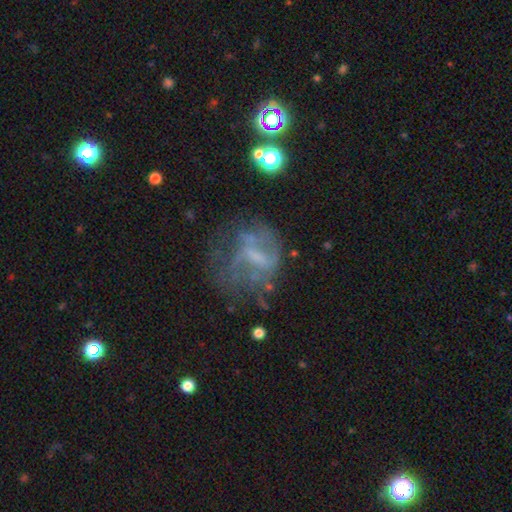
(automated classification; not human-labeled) A featured or disk galaxy (61%) with no bar (43%), no spiral arms (58%) and no central bulge (46%).

Vote fractions:
- Smooth or featured? featured or disk: 61% / smooth: 21% / star or artifact: 18%
- Edge-on disk? no: 96% / yes: 4%
- Bar? no: 43% / weak: 41% / strong: 17%
- Spiral arms? no: 58% / yes: 42%
- Bulge size? none: 46% / small: 31% / moderate: 19% / large: 3% / dominant: 1%
- Merging? none: 42% / major disturbance: 33% / minor disturbance: 20% / merger: 5%